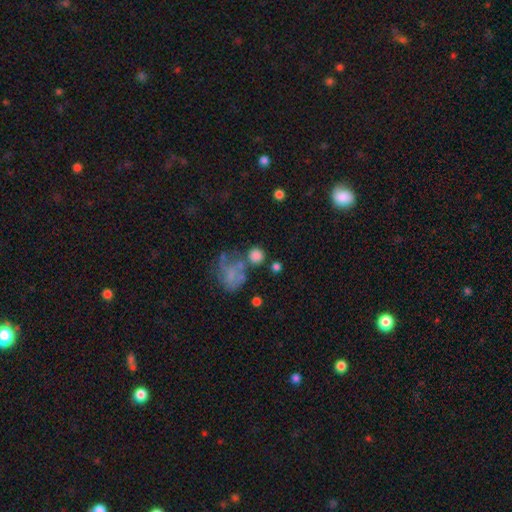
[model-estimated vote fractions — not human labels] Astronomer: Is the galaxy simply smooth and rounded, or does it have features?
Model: smooth — 79%.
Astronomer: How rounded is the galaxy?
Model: round — 86%.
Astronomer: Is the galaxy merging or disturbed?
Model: none — 58%.